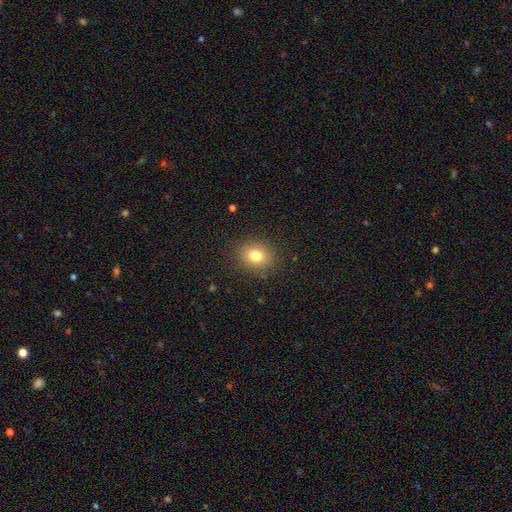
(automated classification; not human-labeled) Smooth or featured? Predicted: smooth (p=0.78). How rounded? Predicted: round (p=0.69). Merging? Predicted: none (p=0.88).